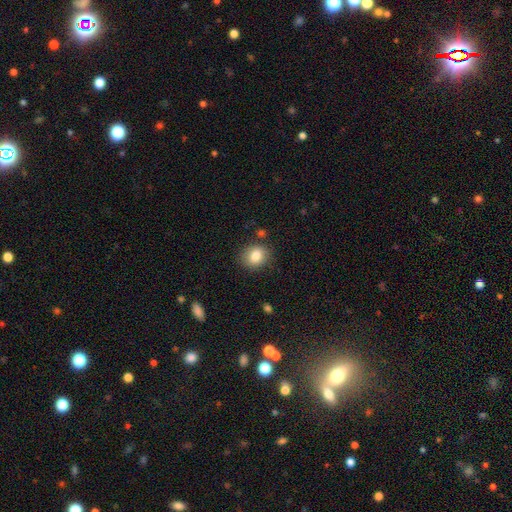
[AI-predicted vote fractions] Smooth or featured? smooth (84%)
How rounded? round (63%)
Merging? none (81%)